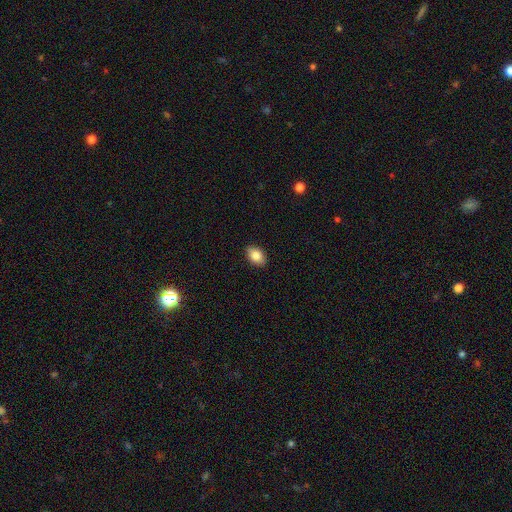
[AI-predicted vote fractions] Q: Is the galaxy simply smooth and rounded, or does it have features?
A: smooth — 83%.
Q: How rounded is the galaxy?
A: in between — 86%.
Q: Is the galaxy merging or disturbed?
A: none — 88%.